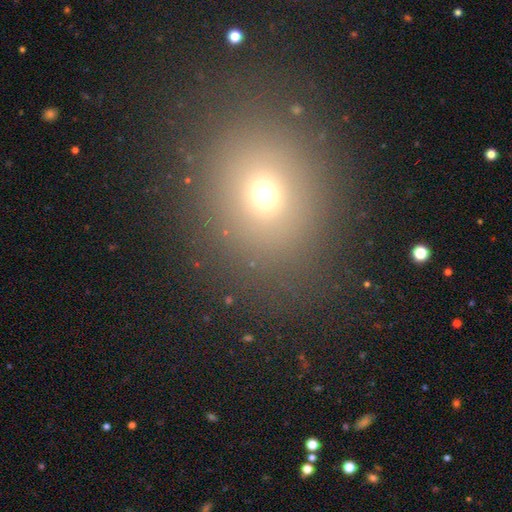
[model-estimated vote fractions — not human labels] The model was most divided on "how rounded": round: 66%, in between: 33%, cigar-shaped: 1%. More confident: merging — none (87%); smooth or featured — smooth (63%).